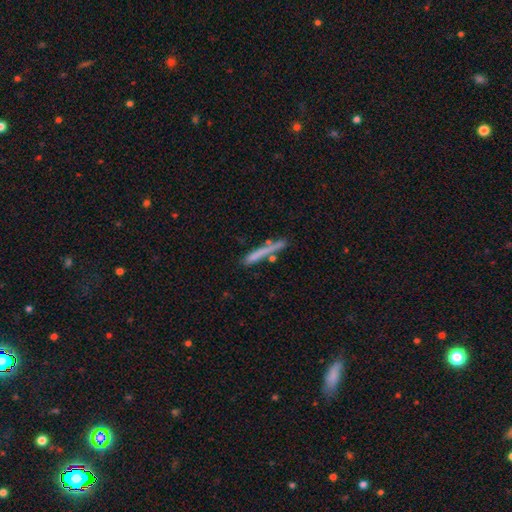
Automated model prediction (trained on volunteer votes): The model was most divided on "smooth or featured": smooth: 63%, featured or disk: 29%, star or artifact: 8%. More confident: how rounded — cigar-shaped (95%); merging — none (72%).